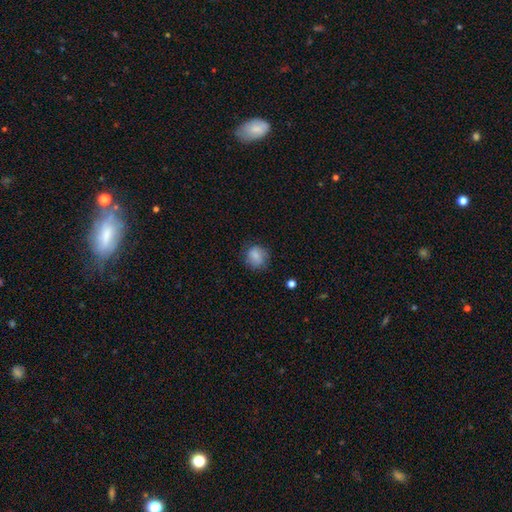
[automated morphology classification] This appears to be a smooth galaxy with no disk features (79%) that is round (80%). Merging: none (74%).